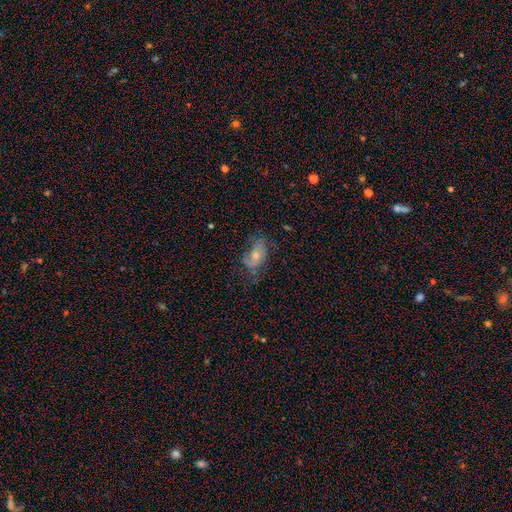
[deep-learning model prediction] Q: Smooth or featured?
A: featured or disk (50%); runner-up: smooth (34%)
Q: Merging?
A: none (55%); runner-up: minor disturbance (26%)